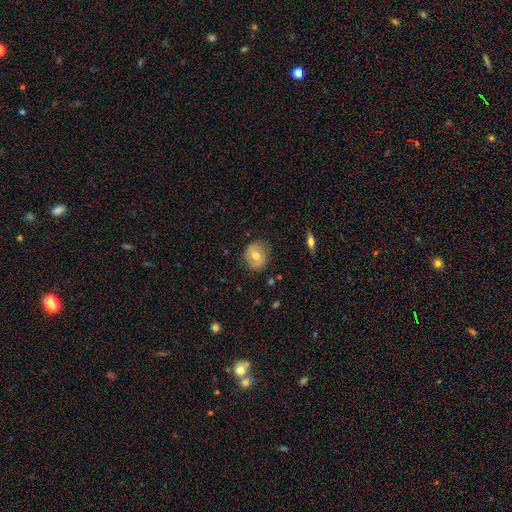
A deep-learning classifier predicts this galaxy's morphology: smooth_or_featured: smooth (p=0.48) [alt: featured or disk p=0.44]
merging: none (p=0.79) [alt: minor disturbance p=0.15]